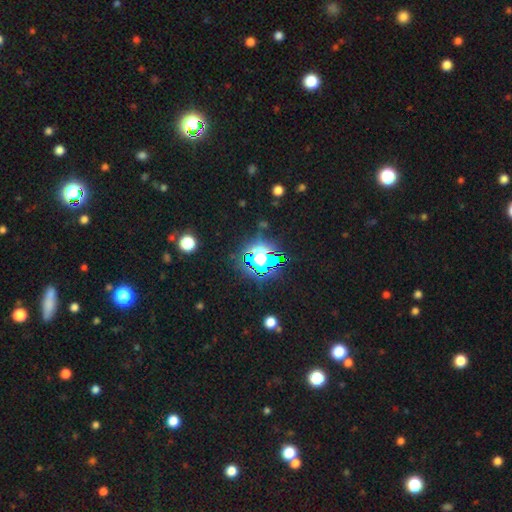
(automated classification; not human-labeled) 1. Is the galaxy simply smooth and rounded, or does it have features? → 78% star or artifact, 13% smooth, 8% featured or disk.